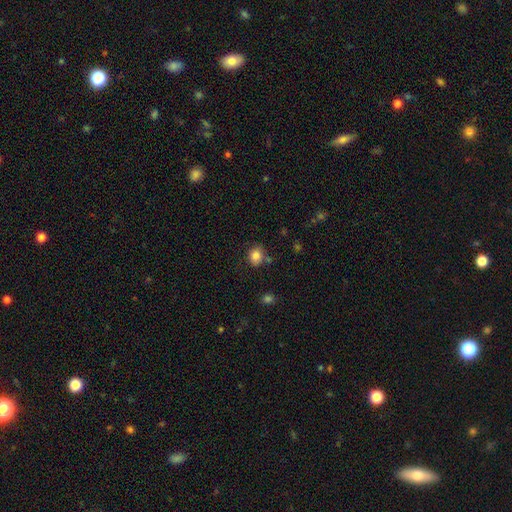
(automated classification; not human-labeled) smooth-or-featured: smooth: 83% | star or artifact: 10% | featured or disk: 6%
  how-rounded: round: 61% | in between: 38% | cigar-shaped: 1%
  merging: none: 70% | minor disturbance: 17% | merger: 8% | major disturbance: 4%